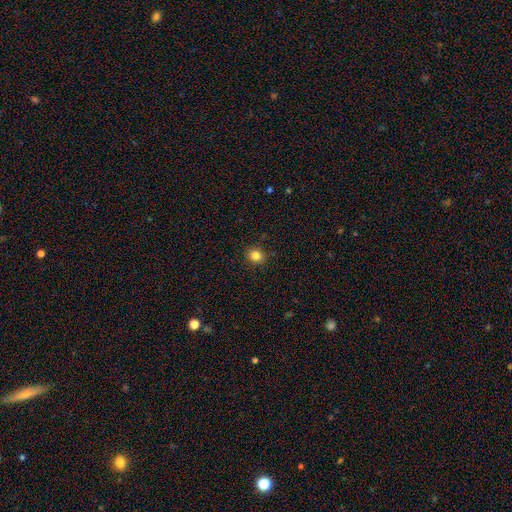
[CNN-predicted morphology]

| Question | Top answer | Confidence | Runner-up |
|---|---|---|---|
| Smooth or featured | smooth | 83% | star or artifact (11%) |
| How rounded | round | 71% | in between (28%) |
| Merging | none | 88% | minor disturbance (9%) |